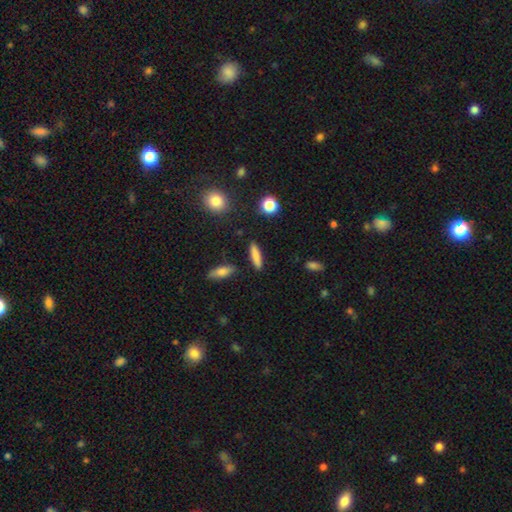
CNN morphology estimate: Smooth or featured? smooth (79%)
How rounded? cigar-shaped (76%)
Merging? none (87%)